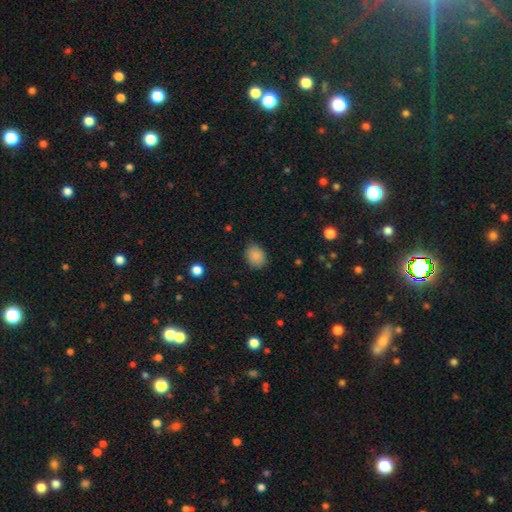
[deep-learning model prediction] Smooth or featured?
  - smooth: 88% *
  - star or artifact: 9%
  - featured or disk: 4%
How rounded?
  - in between: 54% *
  - round: 45%
  - cigar-shaped: 1%
Merging?
  - none: 85% *
  - minor disturbance: 12%
  - major disturbance: 3%
  - merger: 1%